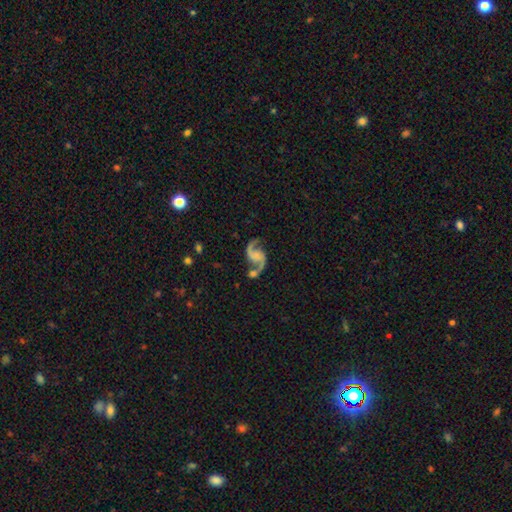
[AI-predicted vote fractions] This is clearly a featured or disk galaxy (91%). It is clearly not viewed edge-on (98%). Bar: possibly no (60%). Spiral arm pattern: clearly yes (97%). Spiral arm count: clearly 2 (94%). Spiral winding: likely loose (61%). Central bulge: possibly none (54%). Merging: likely none (60%).